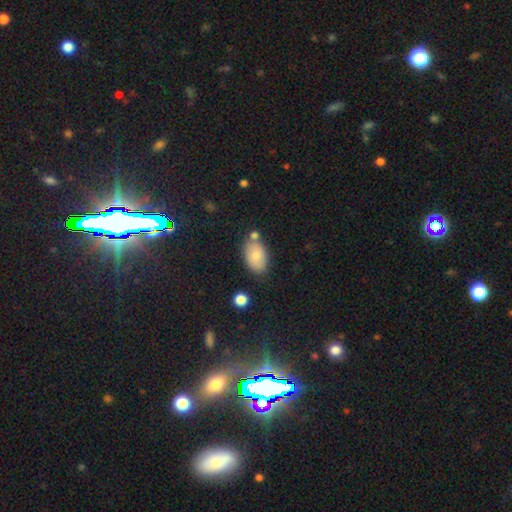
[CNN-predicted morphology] This appears to be a smooth galaxy with no disk features (78%) that is in between round and cigar-shaped (91%). Merging: none (69%).